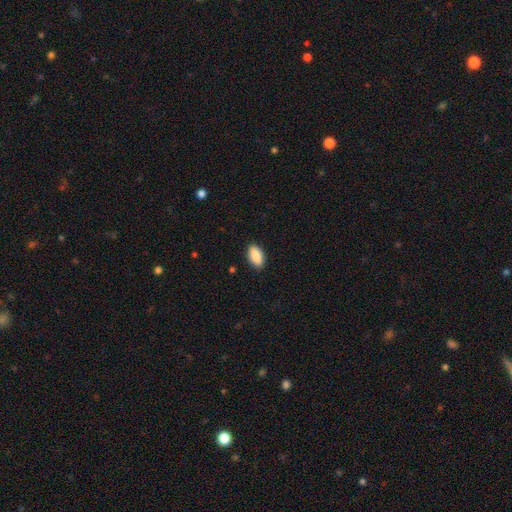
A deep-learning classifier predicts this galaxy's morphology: Q: Smooth or featured?
A: smooth (89%); runner-up: star or artifact (6%)
Q: How rounded?
A: in between (91%); runner-up: cigar-shaped (7%)
Q: Merging?
A: none (88%); runner-up: minor disturbance (9%)